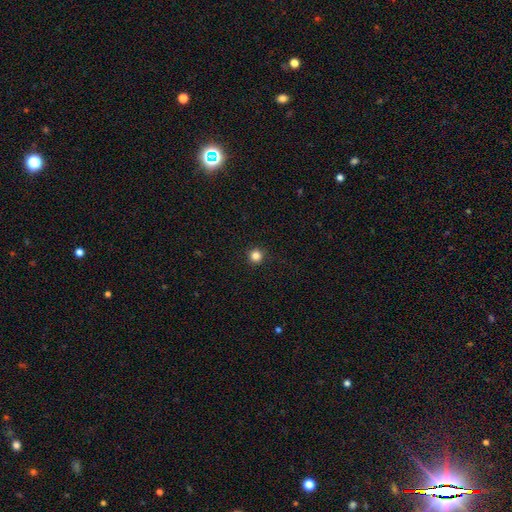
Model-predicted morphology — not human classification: Overall: smooth (84%). How rounded: round (96%). Merging: none (92%).